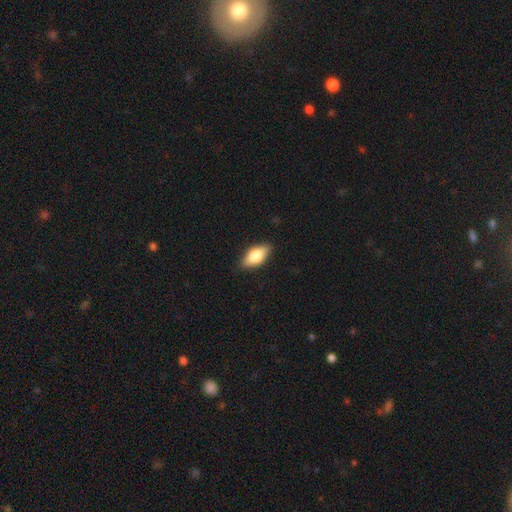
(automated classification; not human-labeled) Smooth or featured? Predicted: smooth (p=0.64). How rounded? Predicted: in between (p=0.84). Merging? Predicted: none (p=0.86).